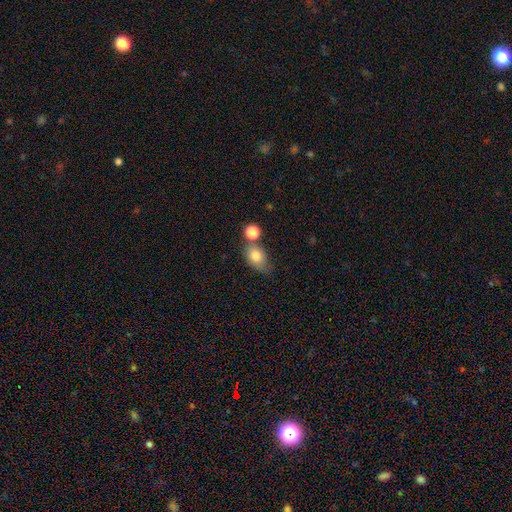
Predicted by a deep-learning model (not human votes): Smooth or featured?
  - smooth: 78% *
  - featured or disk: 13%
  - star or artifact: 9%
How rounded?
  - in between: 73% *
  - round: 25%
  - cigar-shaped: 2%
Merging?
  - none: 49% *
  - merger: 25%
  - minor disturbance: 20%
  - major disturbance: 7%